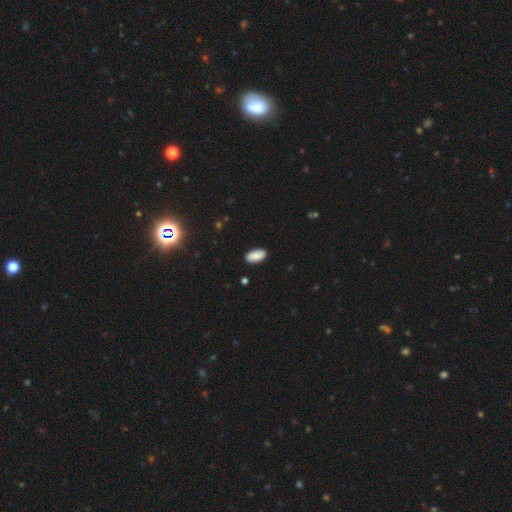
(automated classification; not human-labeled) Smooth or featured? smooth (89%)
How rounded? in between (94%)
Merging? none (88%)